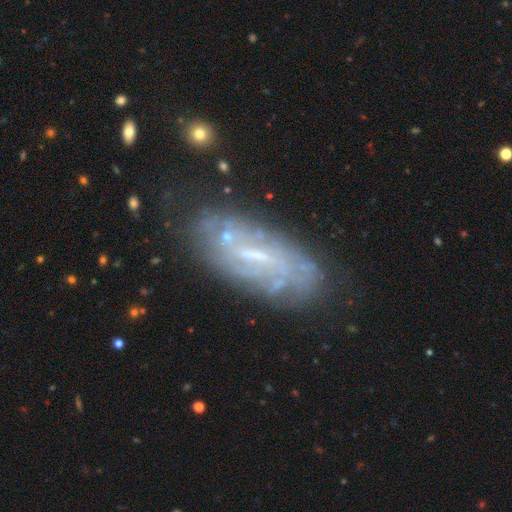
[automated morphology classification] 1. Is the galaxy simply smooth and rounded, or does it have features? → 73% featured or disk, 18% smooth, 9% star or artifact.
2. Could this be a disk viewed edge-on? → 87% no, 13% yes.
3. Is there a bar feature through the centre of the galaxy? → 47% weak, 27% strong, 25% no.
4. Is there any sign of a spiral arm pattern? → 70% yes, 30% no.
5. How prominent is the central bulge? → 51% small, 24% none, 23% moderate, 2% large, 1% dominant.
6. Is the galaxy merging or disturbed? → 68% none, 19% minor disturbance, 9% major disturbance, 4% merger.